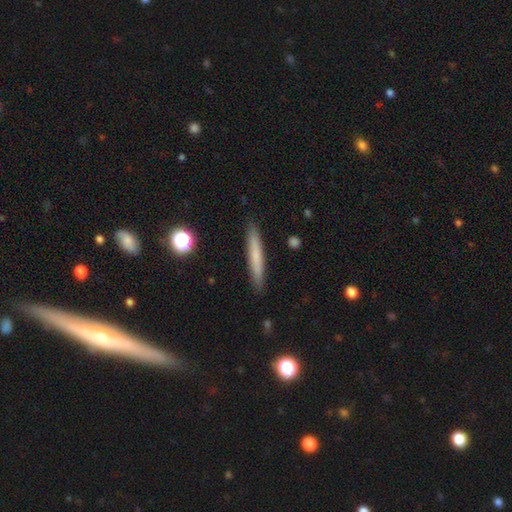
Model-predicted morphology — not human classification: smooth-or-featured: smooth: 66% | featured or disk: 27% | star or artifact: 7%
  how-rounded: cigar-shaped: 95% | in between: 4% | round: 1%
  merging: none: 90% | minor disturbance: 7% | major disturbance: 2% | merger: 1%